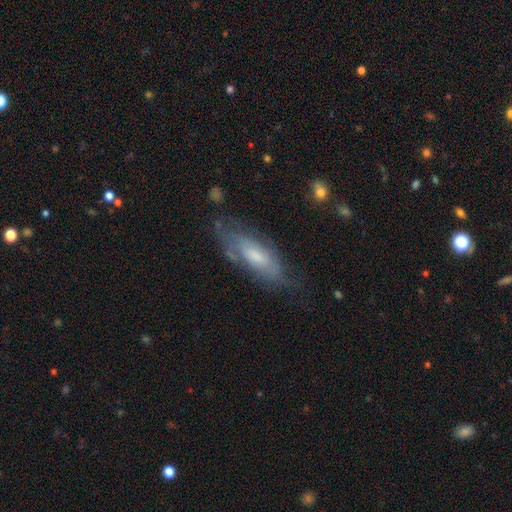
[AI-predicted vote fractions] A featured or disk galaxy (55%). Merging: none (57%).